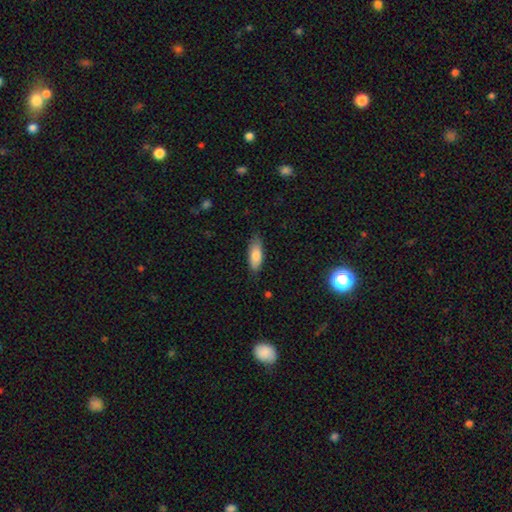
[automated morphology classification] Smooth or featured?
  - smooth: 82% *
  - featured or disk: 12%
  - star or artifact: 6%
How rounded?
  - in between: 73% *
  - cigar-shaped: 25%
  - round: 2%
Merging?
  - none: 79% *
  - minor disturbance: 17%
  - major disturbance: 3%
  - merger: 1%